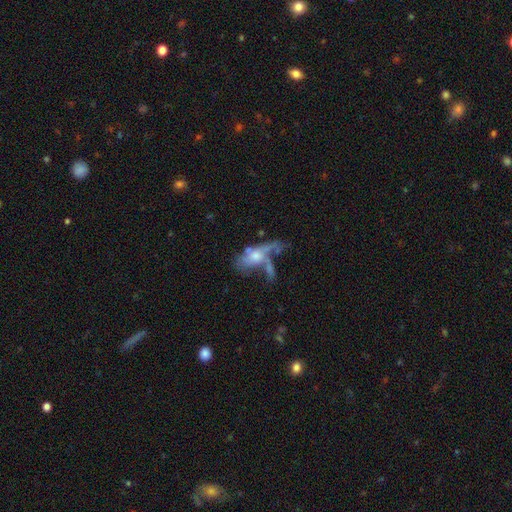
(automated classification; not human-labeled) Morphology: type=featured or disk (58%); edge-on=no (89%); bar=no (79%); spiral arms=no (53%); bulge=moderate (51%); merging=major disturbance (39%).